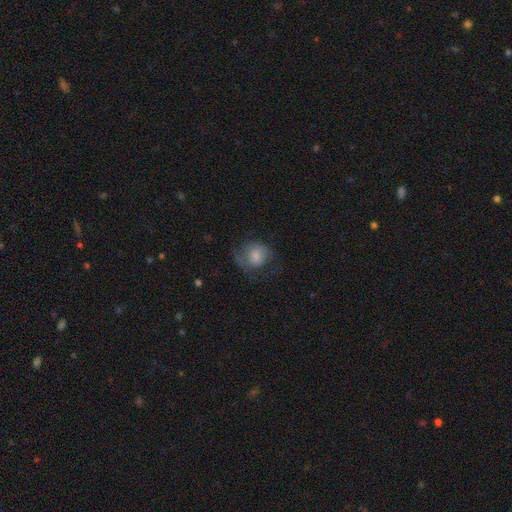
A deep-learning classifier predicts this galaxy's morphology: This is likely a smooth galaxy (67%). How rounded: likely round (73%). Merging: possibly none (46%).